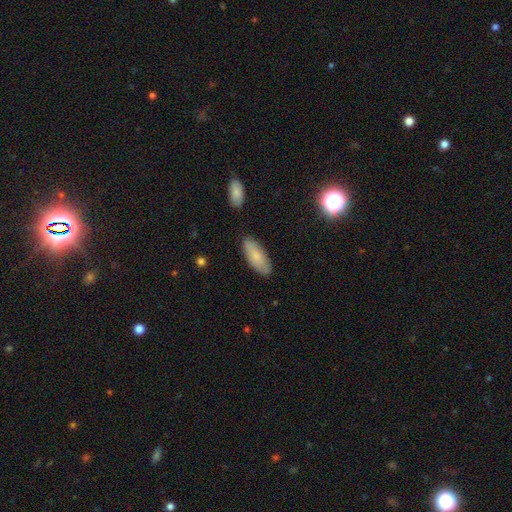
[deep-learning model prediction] A smooth galaxy with no disk features (79%) that is in between round and cigar-shaped (78%). Merging: none (83%).